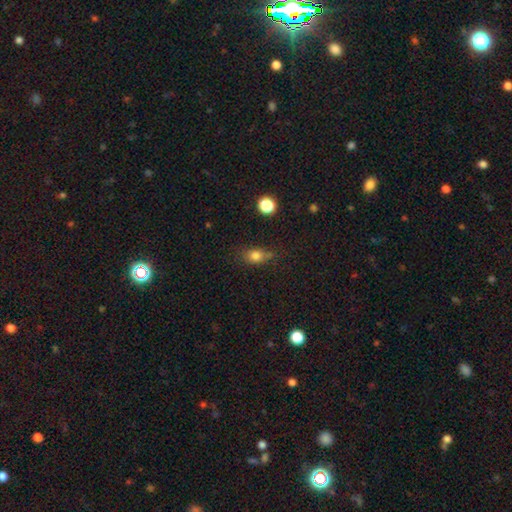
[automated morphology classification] type=smooth (79%); roundness=in between (64%); merging=none (62%).